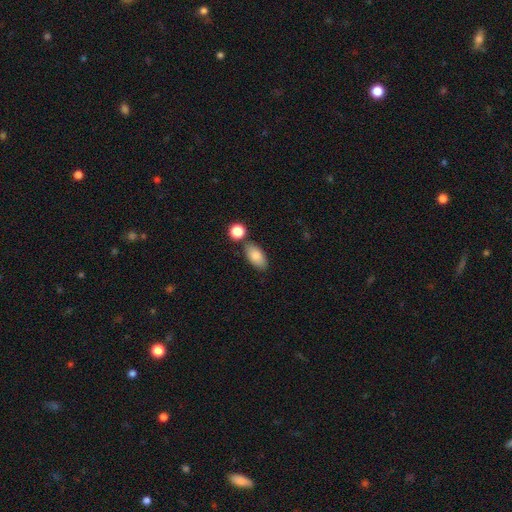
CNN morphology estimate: A smooth galaxy with no disk features (83%) that is in between round and cigar-shaped (91%).

Vote fractions:
- Smooth or featured? smooth: 83% / featured or disk: 10% / star or artifact: 7%
- How rounded? in between: 91% / cigar-shaped: 5% / round: 5%
- Merging? none: 73% / minor disturbance: 13% / merger: 11% / major disturbance: 3%